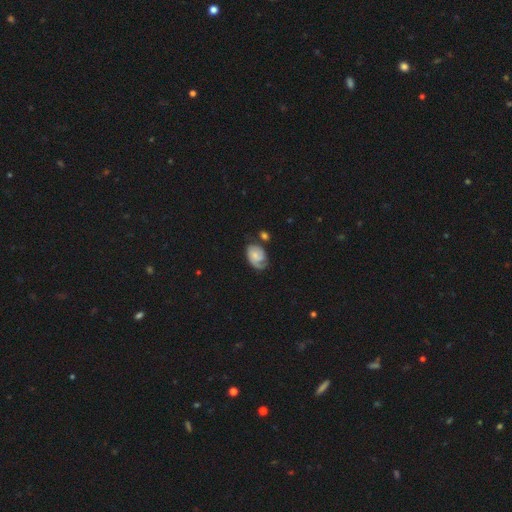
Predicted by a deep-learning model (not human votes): Smooth or featured?
  - featured or disk: 61% *
  - smooth: 32%
  - star or artifact: 7%
Edge-on disk?
  - no: 97% *
  - yes: 3%
Bar?
  - no: 68% *
  - weak: 28%
  - strong: 4%
Spiral arms?
  - yes: 89% *
  - no: 11%
Spiral winding?
  - tight: 50% *
  - medium: 34%
  - loose: 16%
Spiral arm count?
  - 1: 39% *
  - 2: 38%
  - can't tell: 16%
  - 3: 4%
  - 4: 1%
  - more than 4: 1%
Bulge size?
  - small: 55% *
  - moderate: 25%
  - none: 15%
  - large: 3%
  - dominant: 1%
Merging?
  - none: 52% *
  - minor disturbance: 27%
  - major disturbance: 15%
  - merger: 7%